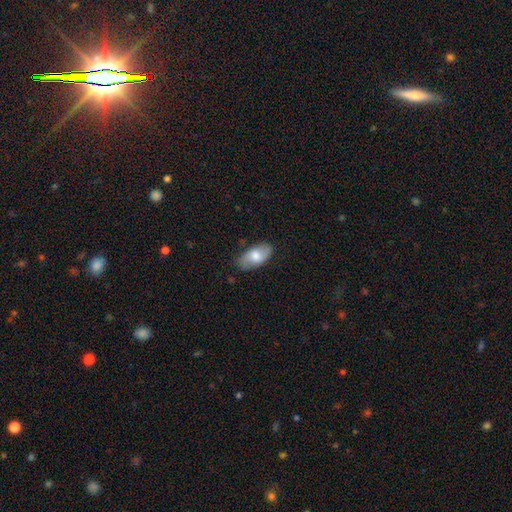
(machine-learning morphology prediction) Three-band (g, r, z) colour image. It shows a smooth galaxy with no disk features (68%) that is in between round and cigar-shaped (93%). Merging: none (79%).